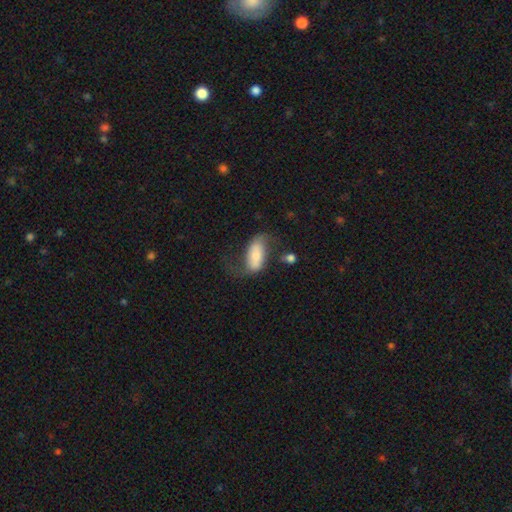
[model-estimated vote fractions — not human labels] Overall: smooth (54%; featured or disk 39%). How rounded: in between (87%). Merging: none (39%; major disturbance 30%).